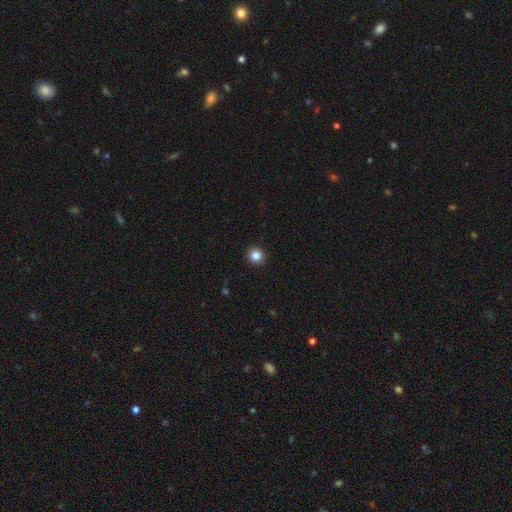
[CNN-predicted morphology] Overall: smooth (84%). How rounded: round (95%). Merging: none (94%).